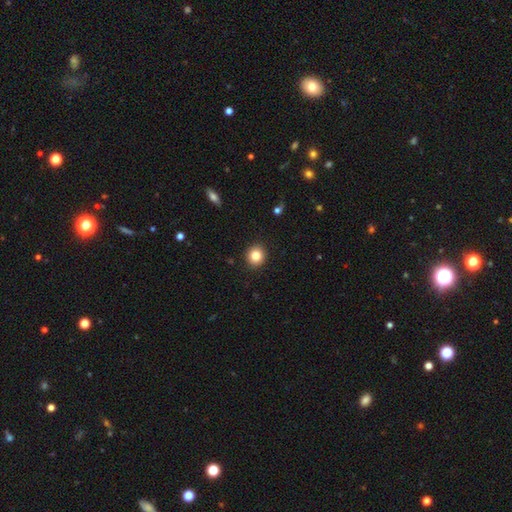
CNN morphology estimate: This is clearly a smooth galaxy (83%). How rounded: clearly round (88%). Merging: clearly none (92%).